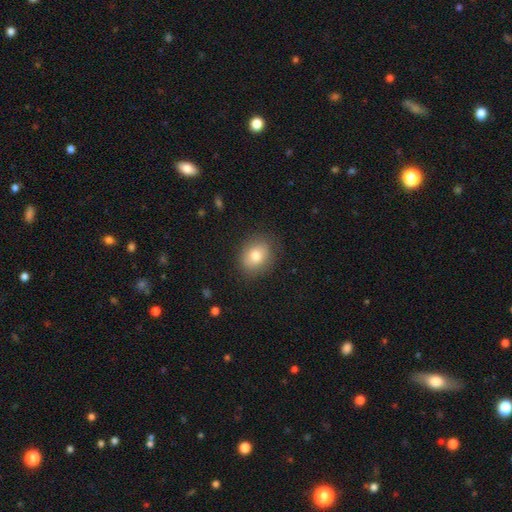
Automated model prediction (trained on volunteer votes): A smooth galaxy with no disk features (79%) that is round (53%).

Vote fractions:
- Smooth or featured? smooth: 79% / featured or disk: 12% / star or artifact: 9%
- How rounded? round: 53% / in between: 46% / cigar-shaped: 1%
- Merging? none: 84% / minor disturbance: 12% / major disturbance: 3% / merger: 1%